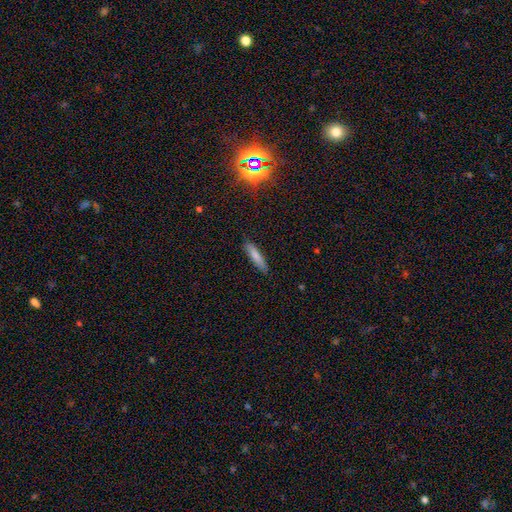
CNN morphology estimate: Overall: smooth (79%). How rounded: cigar-shaped (82%). Merging: none (87%).